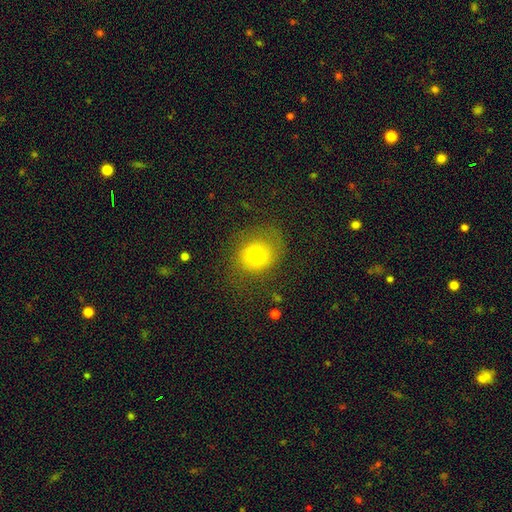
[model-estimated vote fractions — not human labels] smooth-or-featured: smooth: 66% | featured or disk: 21% | star or artifact: 13%
  how-rounded: round: 73% | in between: 26% | cigar-shaped: 1%
  merging: none: 66% | minor disturbance: 19% | major disturbance: 14% | merger: 2%